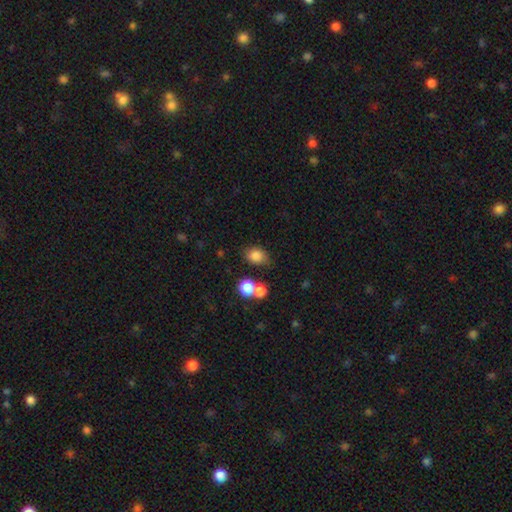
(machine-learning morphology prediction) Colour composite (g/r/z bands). It shows a smooth galaxy with no disk features (82%) that is in between round and cigar-shaped (67%). Merging: none (66%).